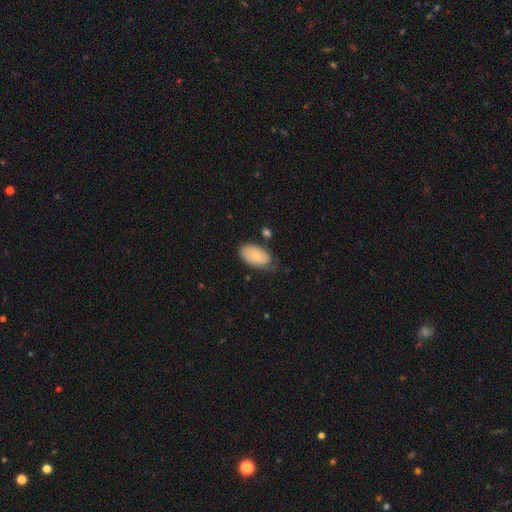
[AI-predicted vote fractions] Smooth or featured? Predicted: smooth (p=0.65). How rounded? Predicted: in between (p=0.93). Merging? Predicted: none (p=0.64).